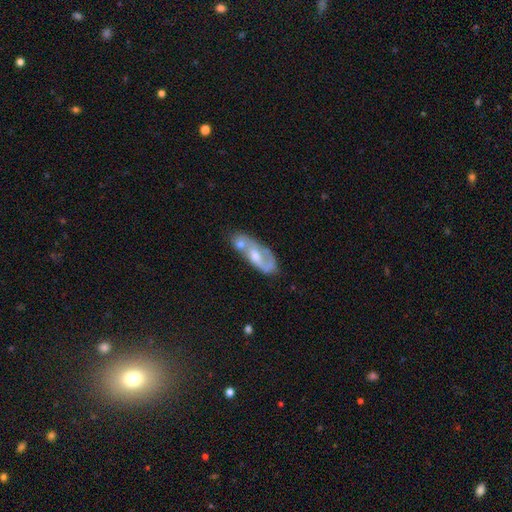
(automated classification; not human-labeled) Smooth or featured? featured or disk (63%)
Edge-on disk? no (89%)
Bar? no (63%)
Spiral arms? yes (66%)
Bulge size? moderate (59%)
Merging? merger (42%)